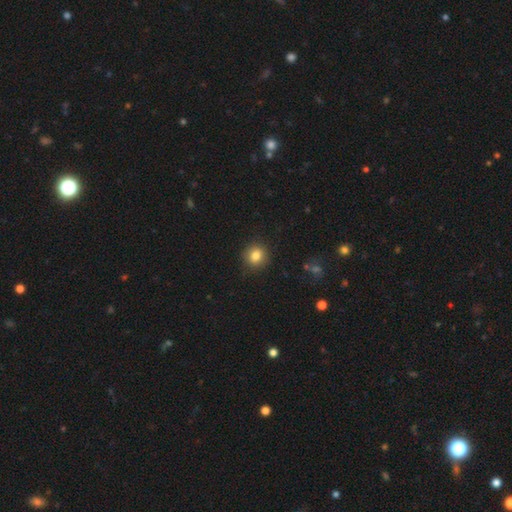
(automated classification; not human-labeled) Smooth or featured? Predicted: smooth (p=0.83). How rounded? Predicted: round (p=0.87). Merging? Predicted: none (p=0.89).